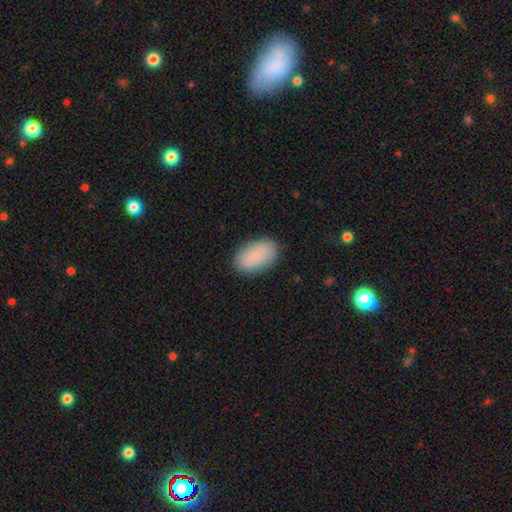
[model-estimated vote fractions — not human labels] Q: Smooth or featured?
A: smooth (85%); runner-up: featured or disk (9%)
Q: How rounded?
A: in between (93%); runner-up: round (6%)
Q: Merging?
A: none (87%); runner-up: minor disturbance (10%)